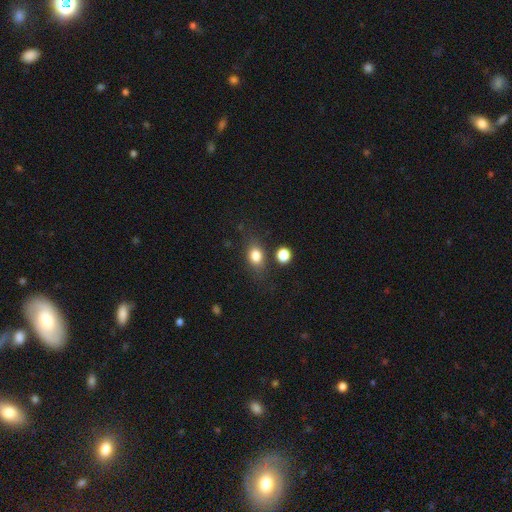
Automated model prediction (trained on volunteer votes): The model was most divided on "how rounded": in between: 61%, round: 37%, cigar-shaped: 3%. More confident: smooth or featured — smooth (80%); merging — none (71%).